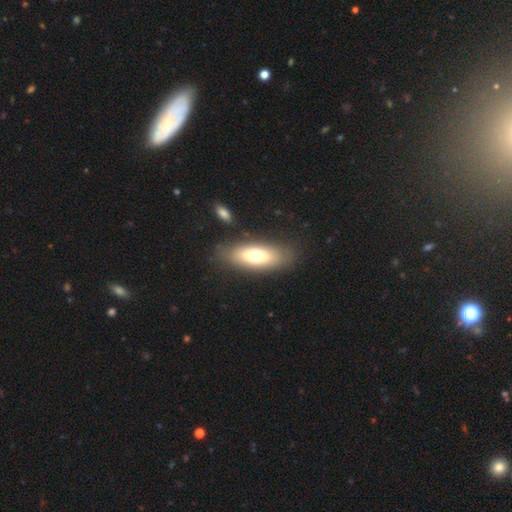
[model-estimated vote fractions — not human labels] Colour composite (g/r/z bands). It shows a smooth galaxy with no disk features (63%) that is in between round and cigar-shaped (74%). Merging: none (79%).